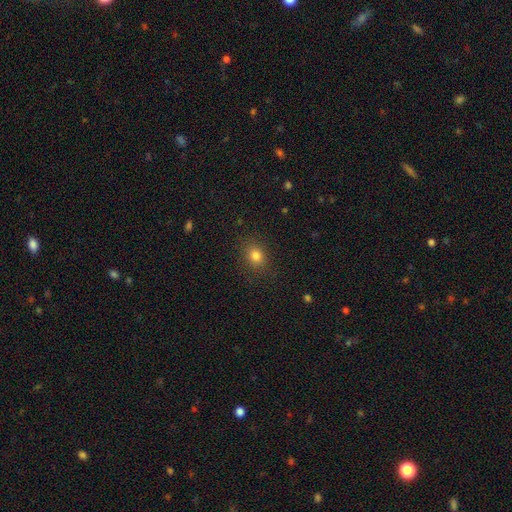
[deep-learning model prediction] Smooth or featured? Predicted: smooth (p=0.81). How rounded? Predicted: round (p=0.53). Merging? Predicted: none (p=0.87).